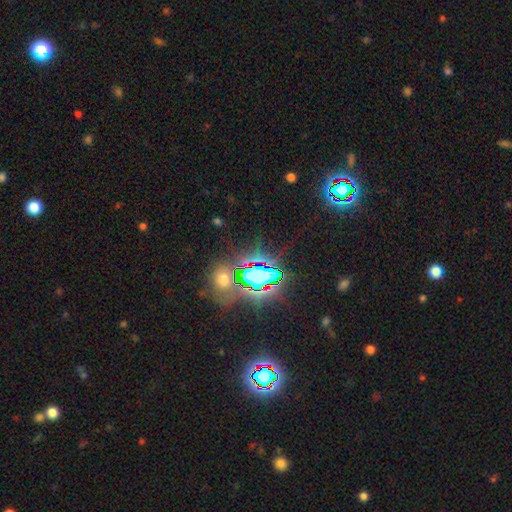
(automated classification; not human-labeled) A star or artifact, not a galaxy (79%).